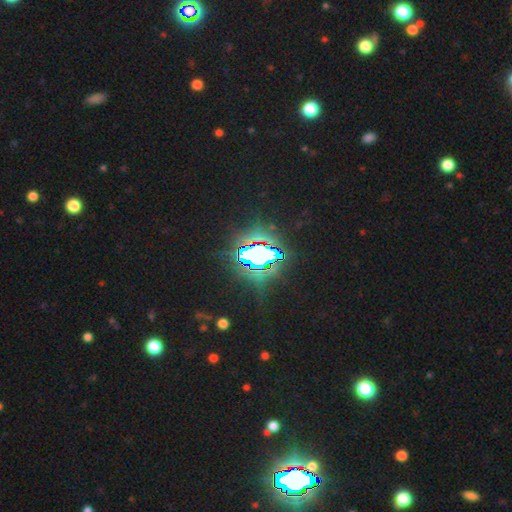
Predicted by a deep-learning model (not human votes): Smooth or featured: star or artifact — 77% (smooth — 12%)